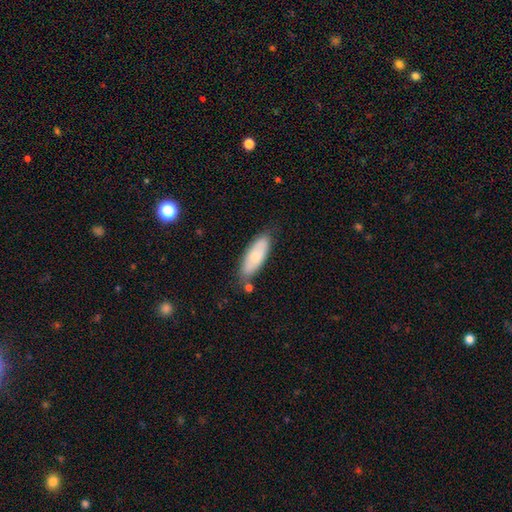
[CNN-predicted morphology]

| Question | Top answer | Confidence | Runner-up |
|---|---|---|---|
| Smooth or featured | smooth | 67% | featured or disk (27%) |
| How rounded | in between | 67% | cigar-shaped (31%) |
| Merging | none | 75% | minor disturbance (17%) |